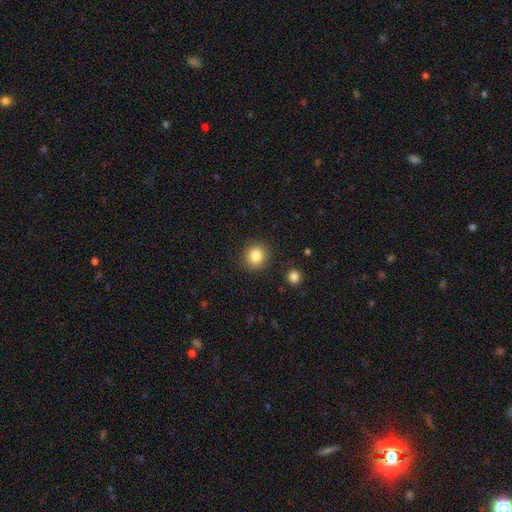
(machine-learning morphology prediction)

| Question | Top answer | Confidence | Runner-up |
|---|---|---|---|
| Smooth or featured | smooth | 84% | star or artifact (10%) |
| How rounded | round | 88% | in between (11%) |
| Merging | none | 89% | minor disturbance (7%) |